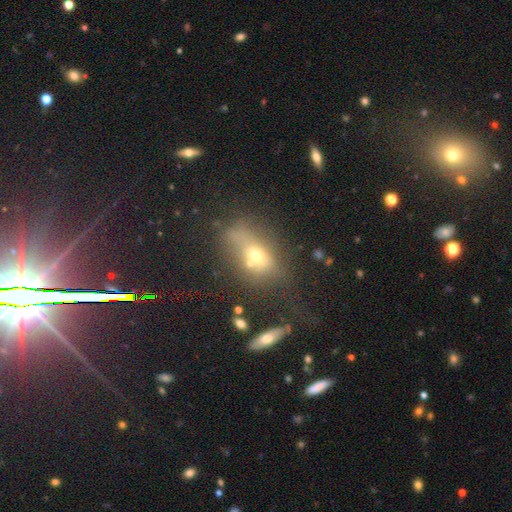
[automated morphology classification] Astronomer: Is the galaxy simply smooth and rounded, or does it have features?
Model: smooth — 52% (runner-up: featured or disk, 30%).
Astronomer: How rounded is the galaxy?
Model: in between — 66%.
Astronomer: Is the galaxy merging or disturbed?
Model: none — 37% (runner-up: major disturbance, 22%).